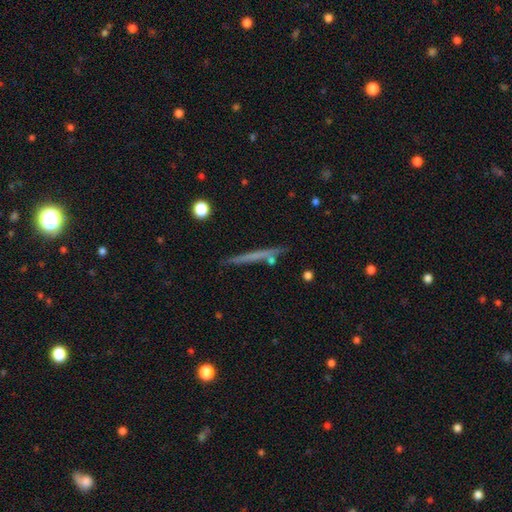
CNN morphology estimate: Smooth or featured? smooth (48%)
Merging? none (86%)